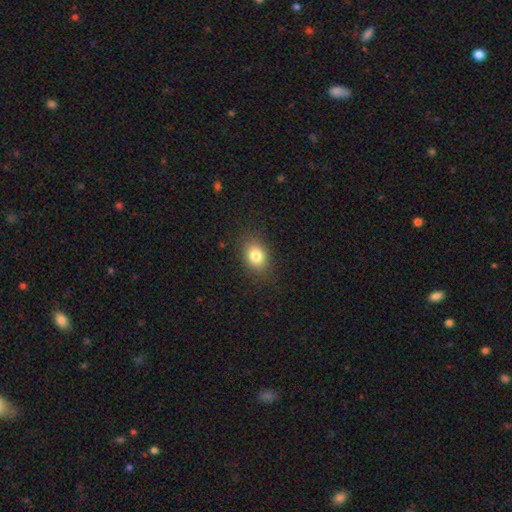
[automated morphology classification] A smooth galaxy with no disk features (81%) that is in between round and cigar-shaped (65%). Merging: none (86%).